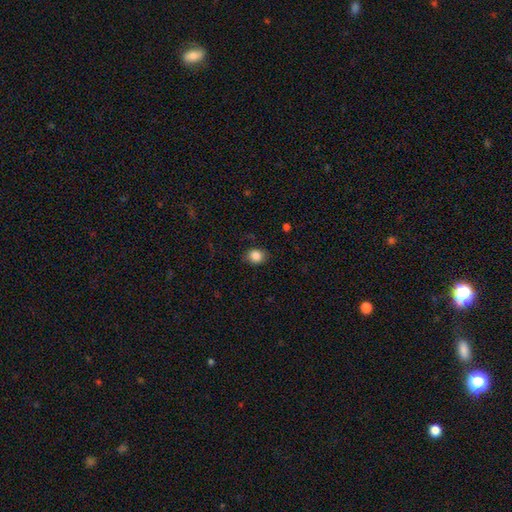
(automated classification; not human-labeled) This is clearly a smooth galaxy (86%). How rounded: likely round (64%). Merging: clearly none (81%).